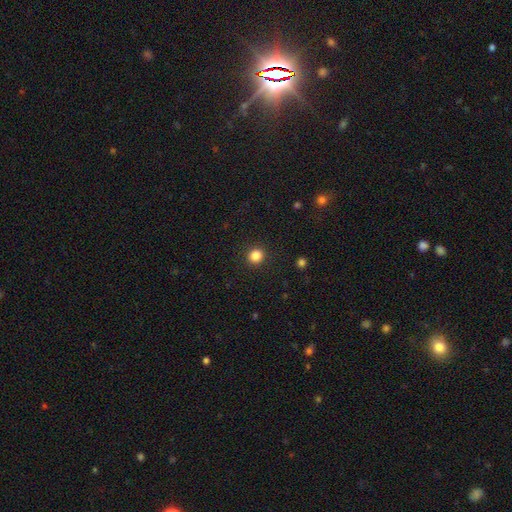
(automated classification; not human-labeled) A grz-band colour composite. It shows a smooth galaxy with no disk features (85%) that is round (91%). Merging: none (92%).